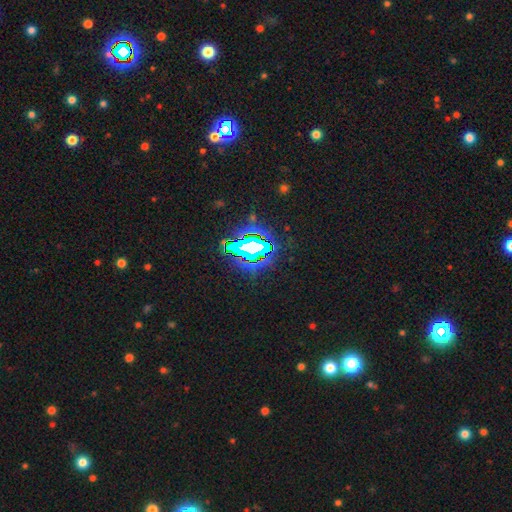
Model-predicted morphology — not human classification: smooth_or_featured: star or artifact (p=0.77) [alt: smooth p=0.12]